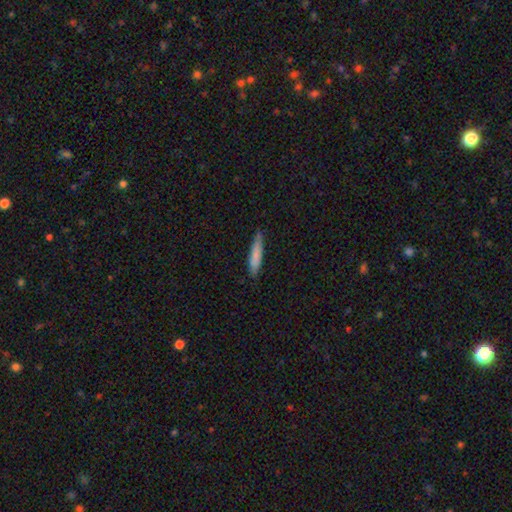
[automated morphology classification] Smooth or featured: smooth — 79% (featured or disk — 15%)
How rounded: cigar-shaped — 86% (in between — 13%)
Merging: none — 81% (minor disturbance — 16%)